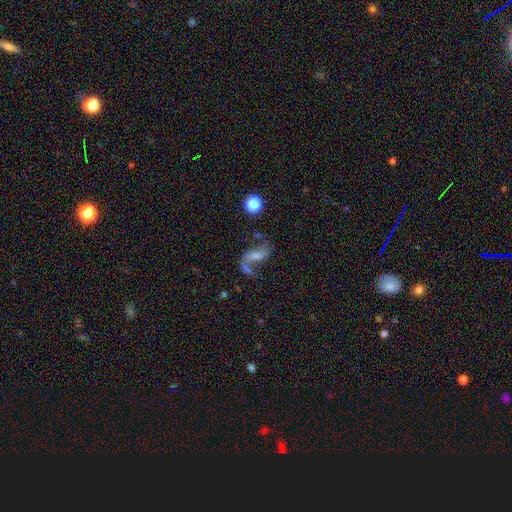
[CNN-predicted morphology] Q: Smooth or featured?
A: featured or disk (69%); runner-up: smooth (19%)
Q: Edge-on disk?
A: no (93%); runner-up: yes (7%)
Q: Bar?
A: no (43%); runner-up: weak (36%)
Q: Spiral arms?
A: yes (85%); runner-up: no (15%)
Q: Spiral winding?
A: loose (71%); runner-up: medium (22%)
Q: Spiral arm count?
A: 2 (77%); runner-up: 1 (16%)
Q: Bulge size?
A: moderate (43%); runner-up: small (42%)
Q: Merging?
A: none (44%); runner-up: merger (21%)